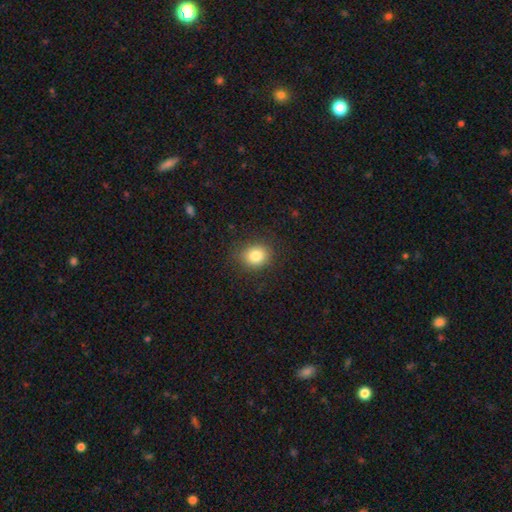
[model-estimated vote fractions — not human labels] The model was most divided on "how rounded": round: 68%, in between: 31%, cigar-shaped: 1%. More confident: merging — none (85%); smooth or featured — smooth (83%).